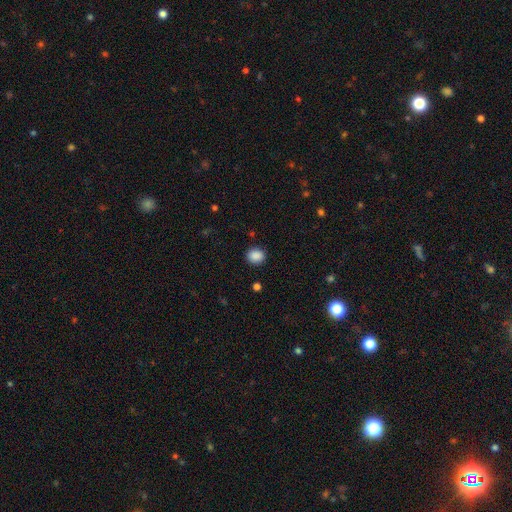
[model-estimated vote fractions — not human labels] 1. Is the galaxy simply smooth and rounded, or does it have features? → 88% smooth, 9% star or artifact, 3% featured or disk.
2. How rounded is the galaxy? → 69% round, 30% in between, 1% cigar-shaped.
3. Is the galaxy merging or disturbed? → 89% none, 7% minor disturbance, 2% major disturbance, 1% merger.